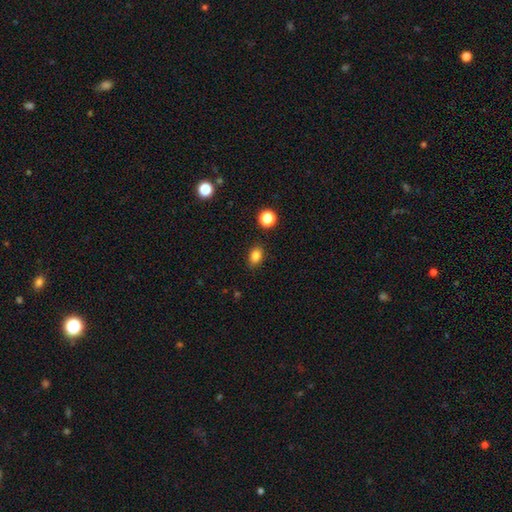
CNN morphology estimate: smooth_or_featured: smooth (p=0.84) [alt: star or artifact p=0.11]
how_rounded: in between (p=0.75) [alt: round p=0.24]
merging: none (p=0.85) [alt: minor disturbance p=0.10]